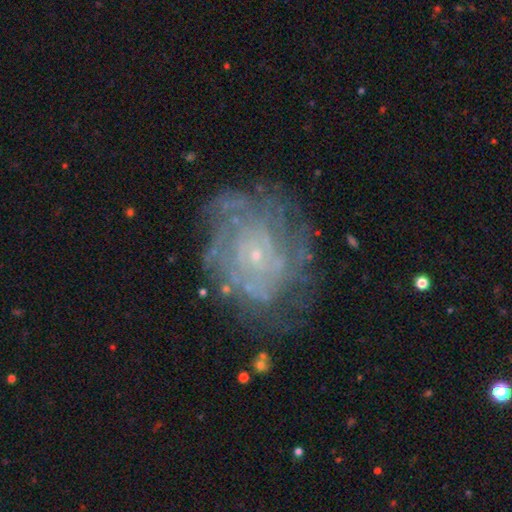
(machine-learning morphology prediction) featured or disk 77%, smooth 14%, star or artifact 9%. Down the decision tree: edge-on disk — no (97%); bar — no (83%); spiral arms — yes (80%); spiral arm count — can't tell (53%); spiral winding — tight (72%); bulge size — small (87%); merging — none (67%).